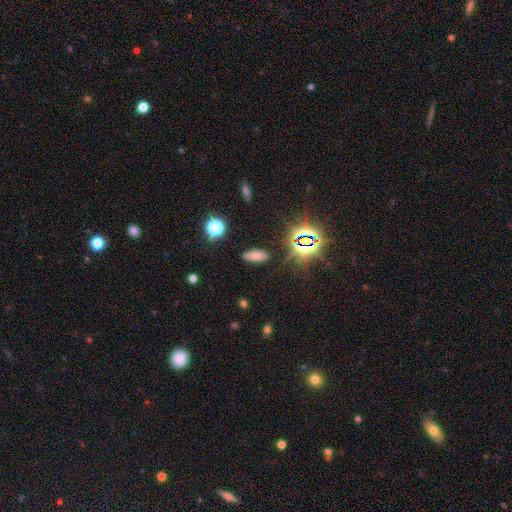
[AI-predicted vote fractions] This is possibly a smooth galaxy (59%). How rounded: likely in between (78%). Merging: clearly none (83%).